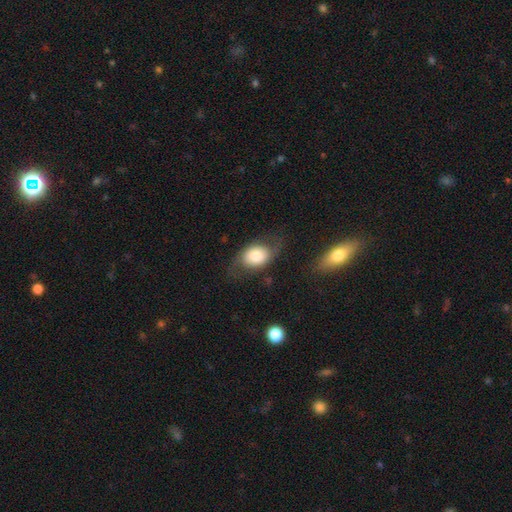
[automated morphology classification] The model was most divided on "smooth or featured": smooth: 62%, featured or disk: 30%, star or artifact: 8%. More confident: how rounded — in between (70%); merging — none (61%).